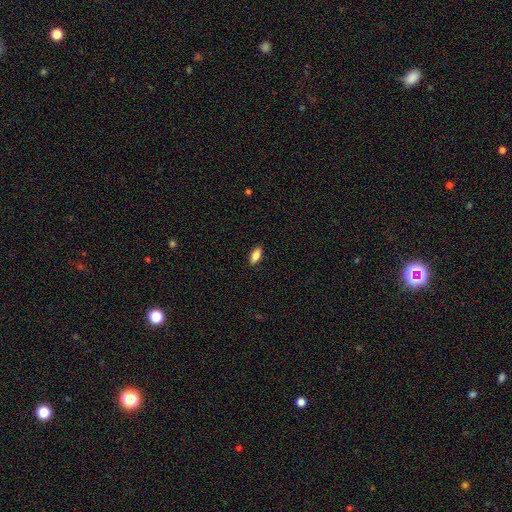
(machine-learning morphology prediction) This appears to be a smooth galaxy with no disk features (80%) that is in between round and cigar-shaped (85%). Merging: none (88%).